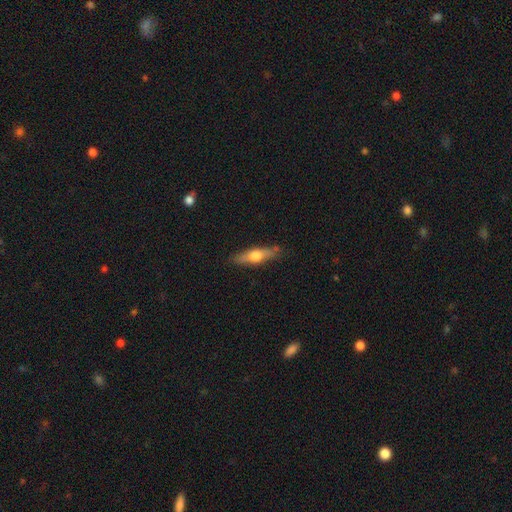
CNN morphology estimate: smooth_or_featured: featured or disk (p=0.50) [alt: smooth p=0.44]
merging: none (p=0.83) [alt: minor disturbance p=0.13]